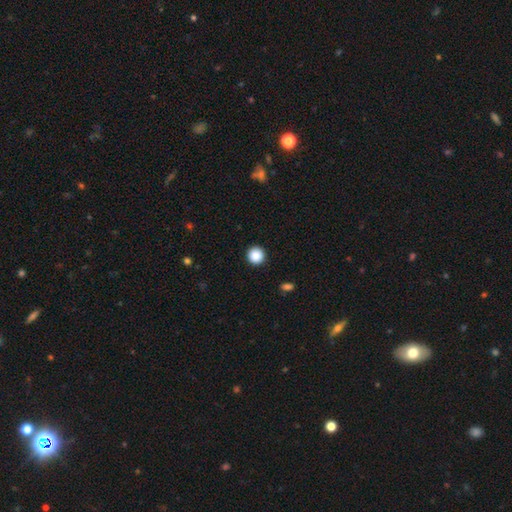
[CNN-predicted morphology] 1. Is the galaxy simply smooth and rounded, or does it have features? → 88% smooth, 9% star or artifact, 3% featured or disk.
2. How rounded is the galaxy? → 96% round, 3% in between, 1% cigar-shaped.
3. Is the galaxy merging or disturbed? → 93% none, 5% minor disturbance, 2% major disturbance, 1% merger.